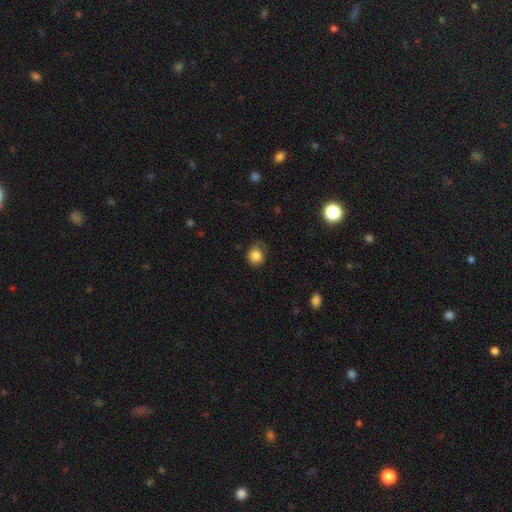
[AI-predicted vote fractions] Q: Smooth or featured?
A: smooth (83%); runner-up: star or artifact (10%)
Q: How rounded?
A: round (80%); runner-up: in between (20%)
Q: Merging?
A: none (69%); runner-up: minor disturbance (24%)